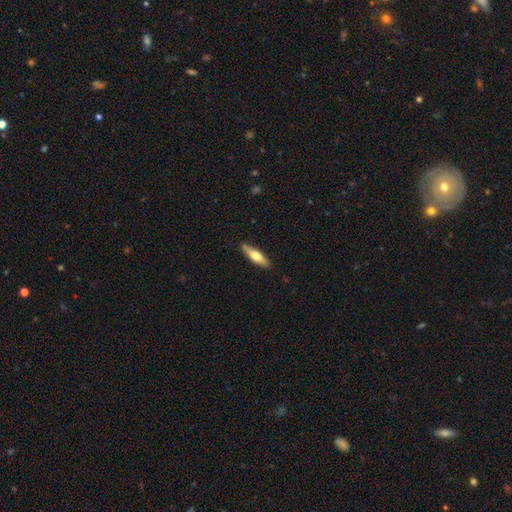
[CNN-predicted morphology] smooth_or_featured: smooth (p=0.55) [alt: featured or disk p=0.40]
how_rounded: cigar-shaped (p=0.68) [alt: in between p=0.30]
merging: none (p=0.88) [alt: minor disturbance p=0.09]